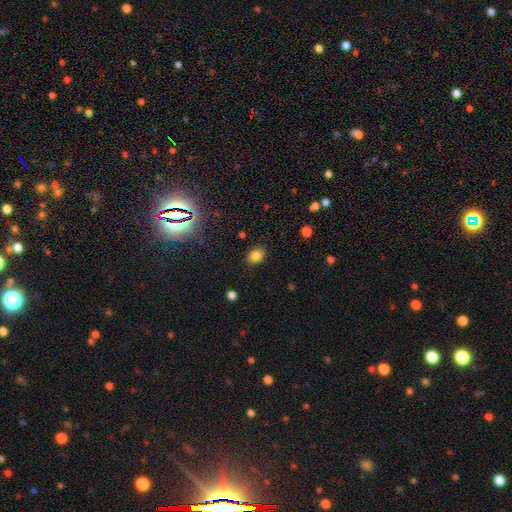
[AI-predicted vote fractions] The model was most divided on "how rounded": in between: 53%, round: 46%, cigar-shaped: 1%. More confident: merging — none (87%); smooth or featured — smooth (82%).